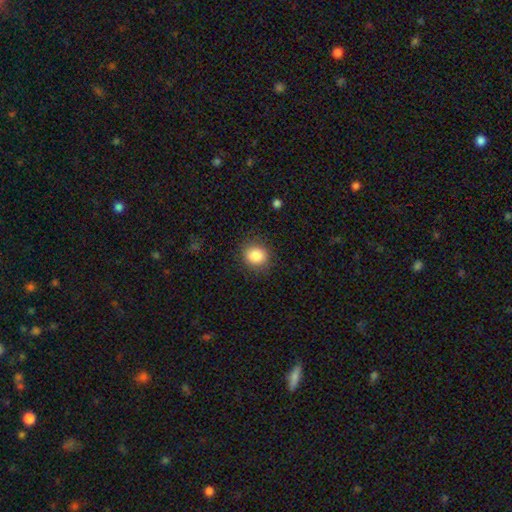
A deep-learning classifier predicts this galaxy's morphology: Smooth or featured: smooth — 86% (star or artifact — 9%)
How rounded: round — 75% (in between — 24%)
Merging: none — 86% (minor disturbance — 10%)